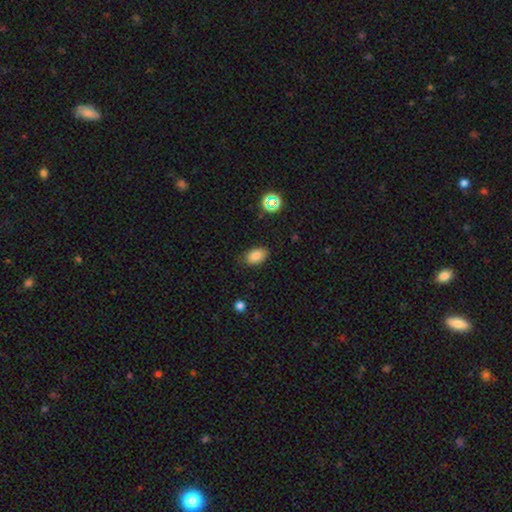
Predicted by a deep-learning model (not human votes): Smooth or featured?
  - smooth: 83% *
  - star or artifact: 11%
  - featured or disk: 6%
How rounded?
  - in between: 90% *
  - round: 8%
  - cigar-shaped: 2%
Merging?
  - none: 80% *
  - minor disturbance: 15%
  - major disturbance: 3%
  - merger: 1%